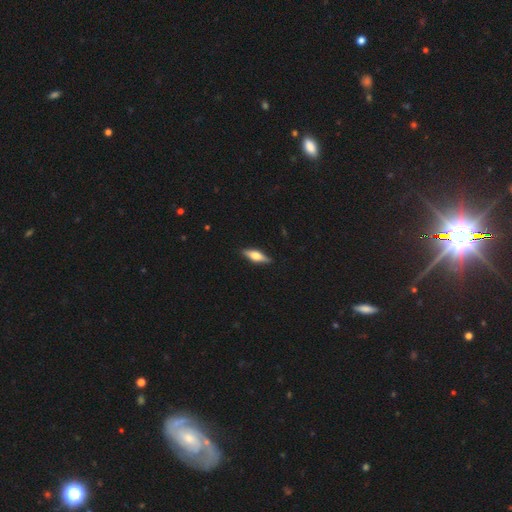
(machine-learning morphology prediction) This is possibly a featured or disk galaxy (48%). Merging: clearly none (89%).